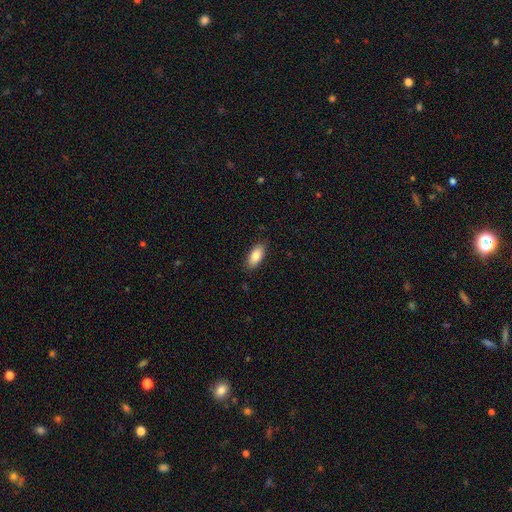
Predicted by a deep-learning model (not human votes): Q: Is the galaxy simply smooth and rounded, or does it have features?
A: smooth — 85%.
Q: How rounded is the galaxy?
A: in between — 88%.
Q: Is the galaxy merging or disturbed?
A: none — 87%.